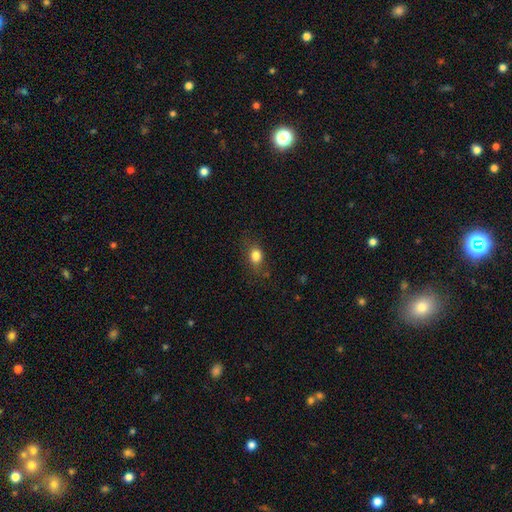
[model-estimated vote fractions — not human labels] This is clearly a smooth galaxy (82%). How rounded: likely in between (63%). Merging: likely none (75%).